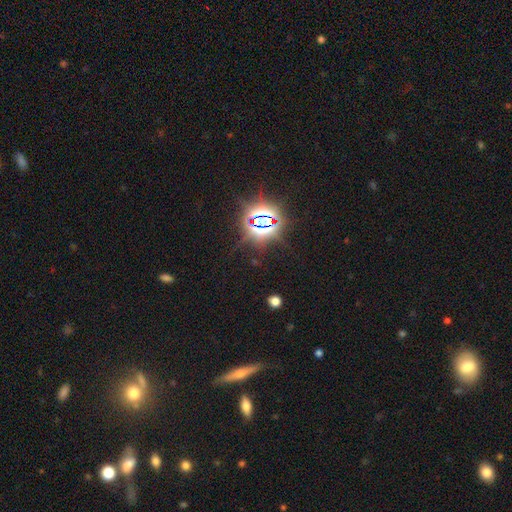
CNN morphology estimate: Smooth or featured?
  - star or artifact: 79% *
  - smooth: 11%
  - featured or disk: 10%